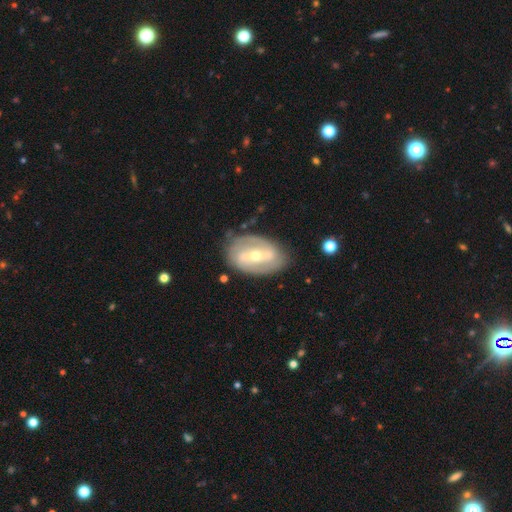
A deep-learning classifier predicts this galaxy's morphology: The model was most divided on "bulge size": small: 49%, moderate: 48%, large: 2%, none: 1%, dominant: 1%. Remaining: edge-on disk — no (94%); spiral arms — yes (81%); smooth or featured — featured or disk (80%); spiral arm count — 2 (79%); merging — none (79%); bar — strong (55%); spiral winding — tight (41%).